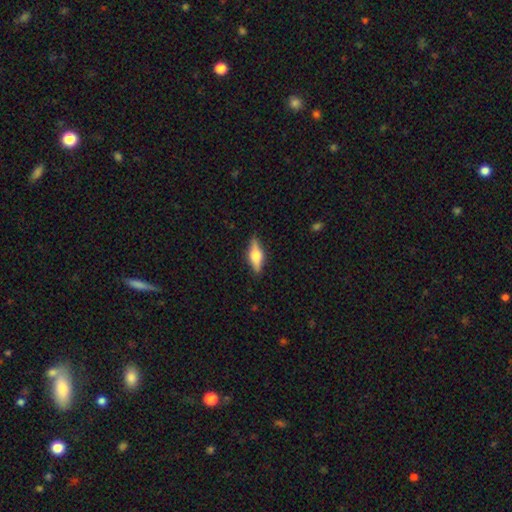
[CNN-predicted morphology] Smooth or featured? Predicted: featured or disk (p=0.56). Edge-on disk? Predicted: yes (p=0.95). Edge-on bulge? Predicted: rounded (p=0.90). Merging? Predicted: none (p=0.86).